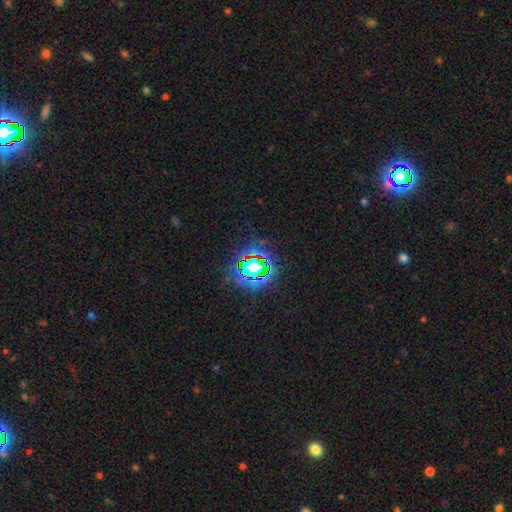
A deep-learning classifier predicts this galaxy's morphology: type=star or artifact (82%).